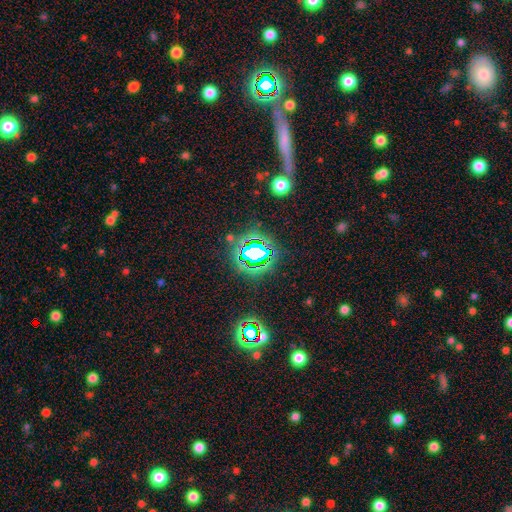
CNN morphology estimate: Smooth or featured? star or artifact (72%)